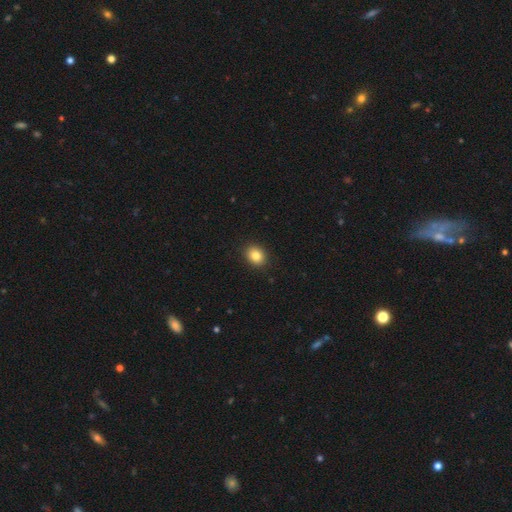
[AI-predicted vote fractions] Smooth or featured? Predicted: smooth (p=0.83). How rounded? Predicted: in between (p=0.53). Merging? Predicted: none (p=0.91).